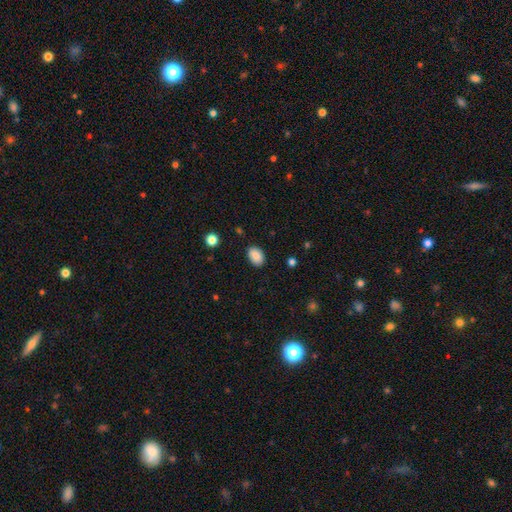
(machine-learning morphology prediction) Smooth or featured?
  - smooth: 88% *
  - star or artifact: 8%
  - featured or disk: 4%
How rounded?
  - in between: 86% *
  - round: 13%
  - cigar-shaped: 1%
Merging?
  - none: 86% *
  - minor disturbance: 10%
  - major disturbance: 2%
  - merger: 1%